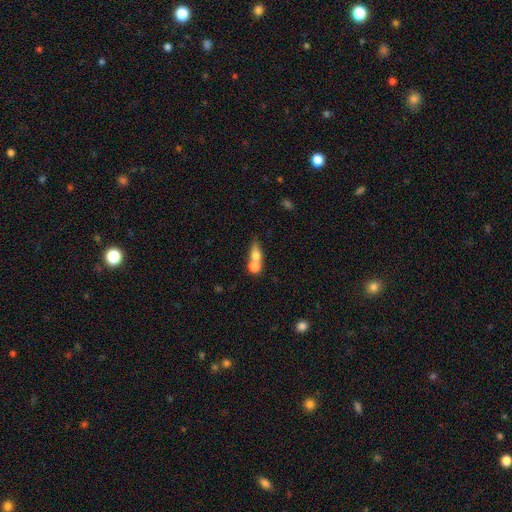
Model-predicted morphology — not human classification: Overall: smooth (71%). How rounded: in between (45%; round 41%). Merging: merger (59%; none 28%).